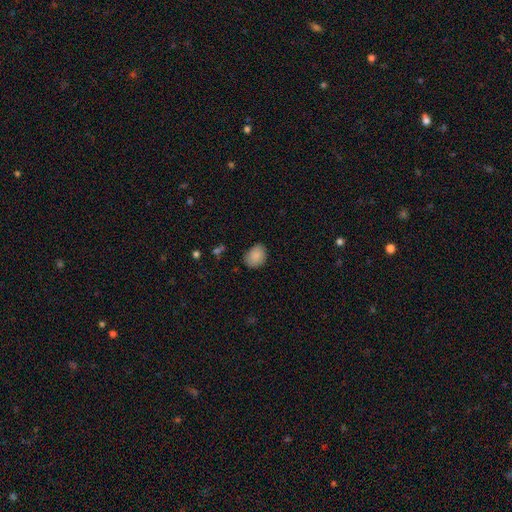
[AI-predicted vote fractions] smooth-or-featured: smooth: 87% | star or artifact: 8% | featured or disk: 5%
  how-rounded: in between: 60% | round: 39% | cigar-shaped: 1%
  merging: none: 78% | minor disturbance: 18% | major disturbance: 3% | merger: 1%